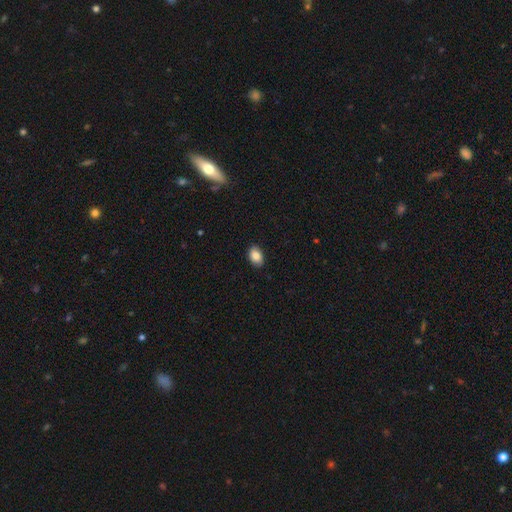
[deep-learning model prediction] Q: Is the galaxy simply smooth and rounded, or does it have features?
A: smooth — 86%.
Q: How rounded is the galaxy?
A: in between — 87%.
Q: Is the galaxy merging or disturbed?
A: none — 87%.